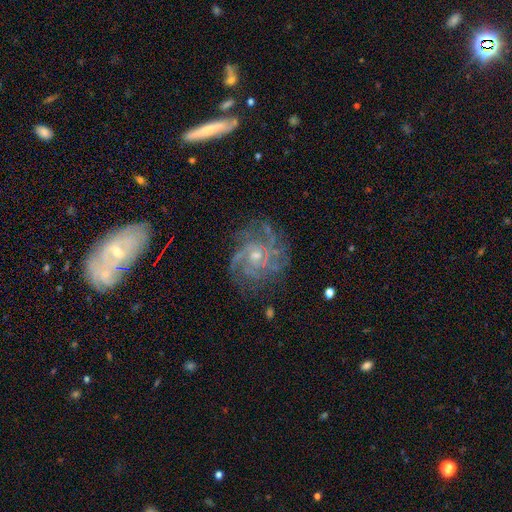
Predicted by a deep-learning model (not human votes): Smooth or featured? Predicted: featured or disk (p=0.86). Edge-on disk? Predicted: no (p=0.98). Bar? Predicted: no (p=0.73). Spiral arms? Predicted: yes (p=0.95). Spiral winding? Predicted: tight (p=0.54). Spiral arm count? Predicted: can't tell (p=0.27). Bulge size? Predicted: small (p=0.51). Merging? Predicted: none (p=0.71).